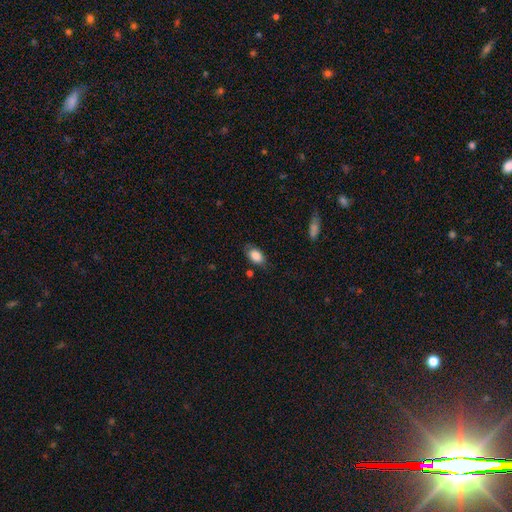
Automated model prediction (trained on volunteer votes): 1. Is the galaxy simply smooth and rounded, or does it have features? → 86% smooth, 7% star or artifact, 7% featured or disk.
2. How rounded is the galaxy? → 90% in between, 7% round, 3% cigar-shaped.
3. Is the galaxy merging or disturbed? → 76% none, 18% minor disturbance, 4% major disturbance, 2% merger.